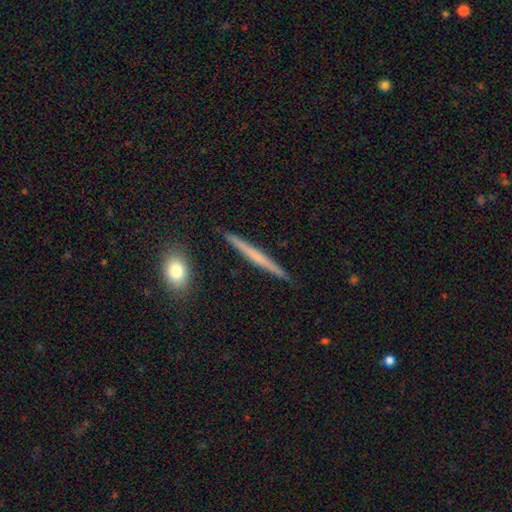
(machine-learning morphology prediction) smooth_or_featured: featured or disk (p=0.51) [alt: smooth p=0.43]
disk_edge_on: yes (p=0.97) [alt: no p=0.03]
merging: none (p=0.91) [alt: minor disturbance p=0.06]